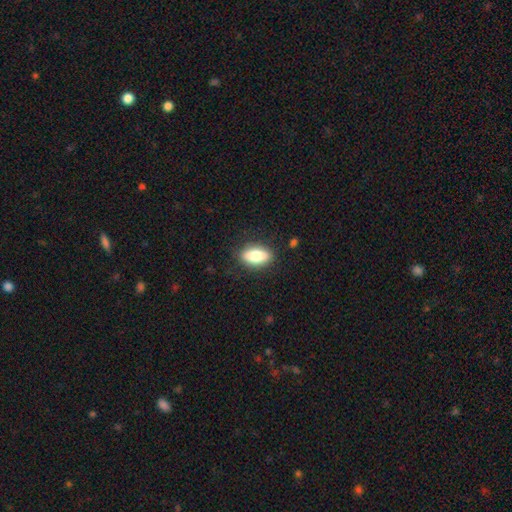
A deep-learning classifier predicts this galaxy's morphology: A smooth galaxy with no disk features (72%) that is in between round and cigar-shaped (79%). Merging: none (85%).